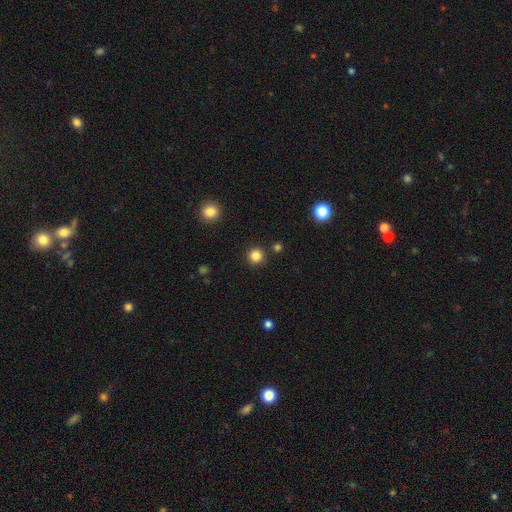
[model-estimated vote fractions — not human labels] Smooth or featured? Predicted: smooth (p=0.84). How rounded? Predicted: round (p=0.95). Merging? Predicted: none (p=0.90).